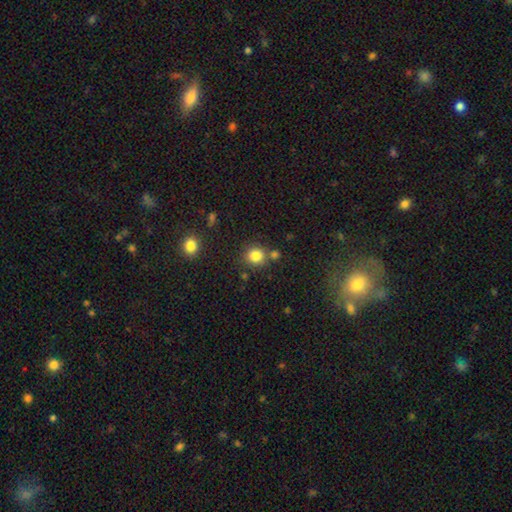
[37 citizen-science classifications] Volunteers were most divided on "merging": none: 81%, minor disturbance: 11%, merger: 6%, major disturbance: 3%. More confident: how rounded — round (91%); smooth or featured — smooth (86%).